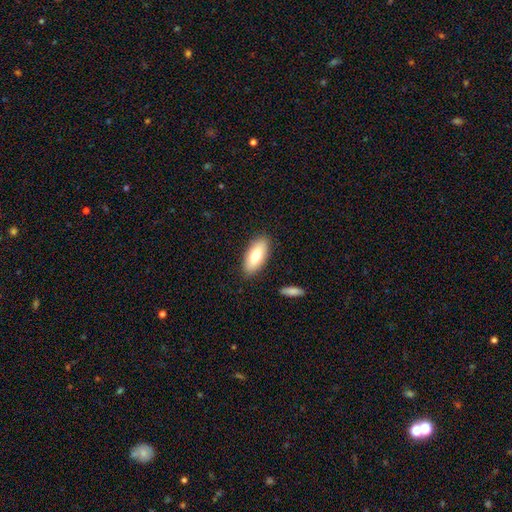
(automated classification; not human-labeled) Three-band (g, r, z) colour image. It shows a smooth galaxy with no disk features (76%) that is in between round and cigar-shaped (84%). Merging: none (87%).